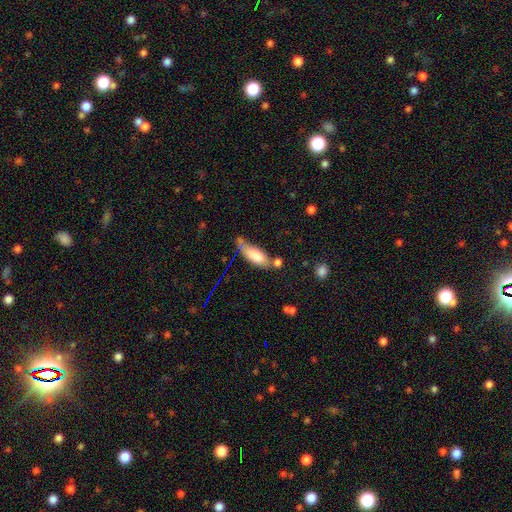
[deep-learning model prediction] Q: Smooth or featured?
A: smooth (79%); runner-up: featured or disk (13%)
Q: How rounded?
A: in between (70%); runner-up: cigar-shaped (28%)
Q: Merging?
A: none (45%); runner-up: minor disturbance (26%)